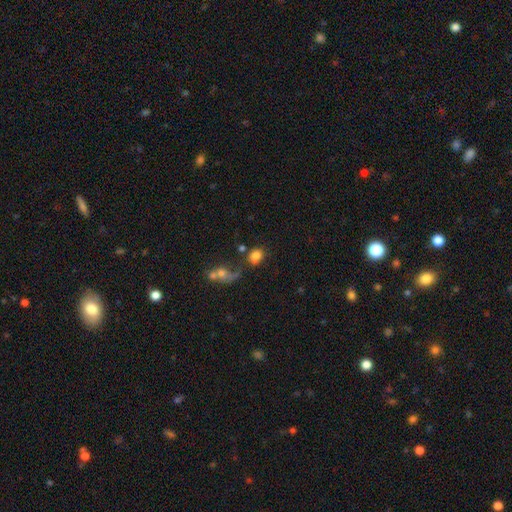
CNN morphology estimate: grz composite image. It shows a smooth galaxy with no disk features (79%) that is round (53%). Merging: none (51%).